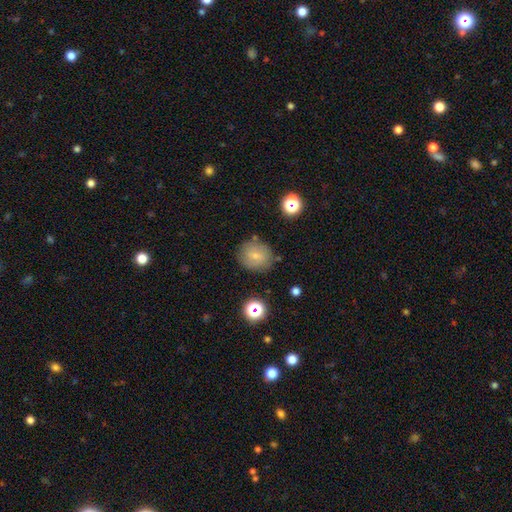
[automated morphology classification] Smooth or featured? smooth (74%)
How rounded? round (81%)
Merging? none (78%)